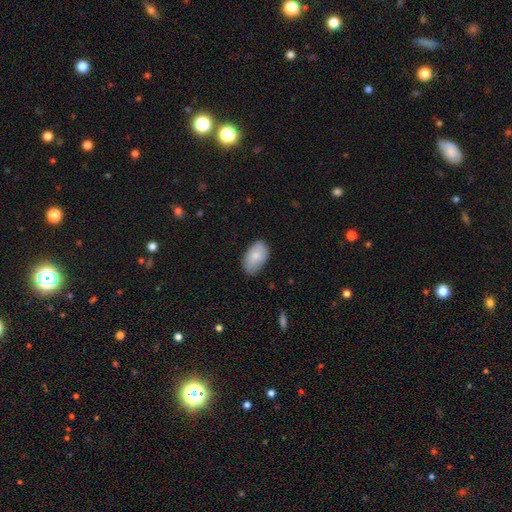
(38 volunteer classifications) Smooth or featured? smooth (84%)
How rounded? in between (94%)
Merging? none (71%)